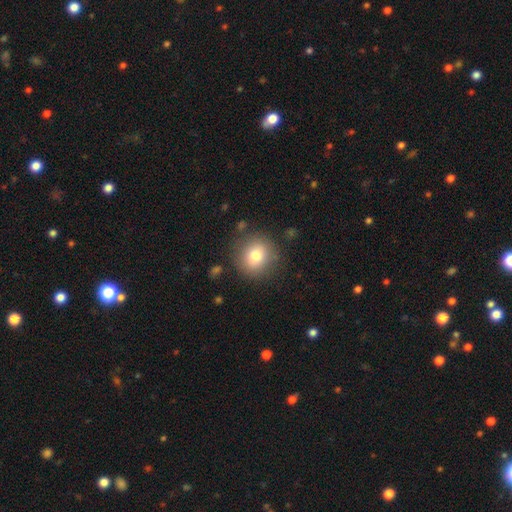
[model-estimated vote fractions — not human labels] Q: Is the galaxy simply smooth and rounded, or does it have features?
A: smooth — 77%.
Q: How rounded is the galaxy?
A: round — 90%.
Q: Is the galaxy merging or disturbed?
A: none — 85%.